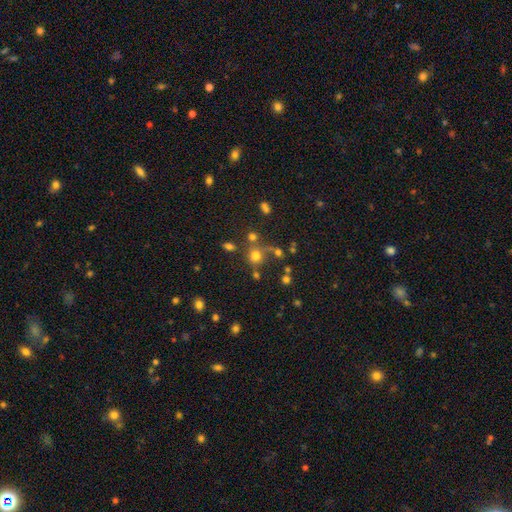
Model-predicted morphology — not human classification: A smooth galaxy with no disk features (69%) that is round (88%).

Vote fractions:
- Smooth or featured? smooth: 69% / star or artifact: 20% / featured or disk: 11%
- How rounded? round: 88% / in between: 11% / cigar-shaped: 1%
- Merging? none: 60% / merger: 20% / minor disturbance: 11% / major disturbance: 8%